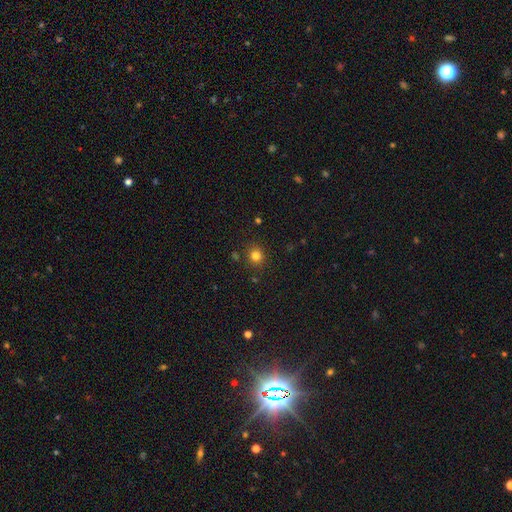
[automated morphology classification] Smooth or featured? Predicted: smooth (p=0.80). How rounded? Predicted: round (p=0.88). Merging? Predicted: none (p=0.87).